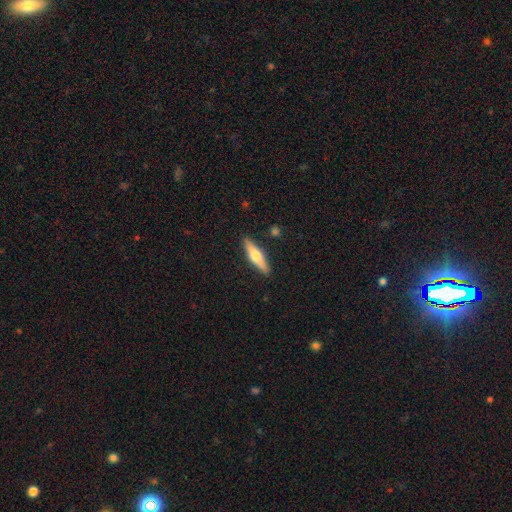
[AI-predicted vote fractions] A smooth galaxy with no disk features (52%) that is cigar-shaped (74%).

Vote fractions:
- Smooth or featured? smooth: 52% / featured or disk: 42% / star or artifact: 6%
- How rounded? cigar-shaped: 74% / in between: 24% / round: 2%
- Merging? none: 89% / minor disturbance: 8% / major disturbance: 2% / merger: 2%